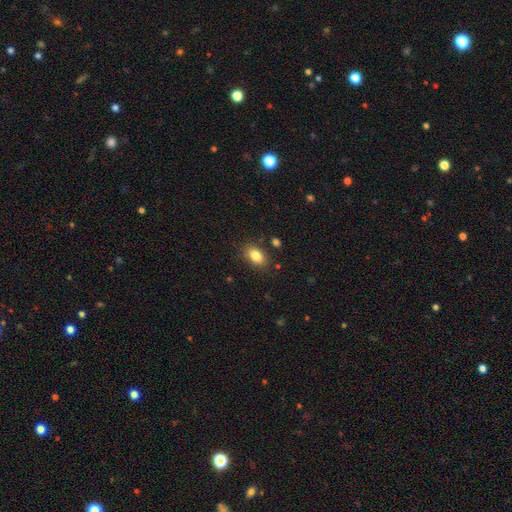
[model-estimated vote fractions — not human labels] smooth 84%, star or artifact 9%, featured or disk 8%. Down the decision tree: how rounded — in between (88%); merging — none (85%).